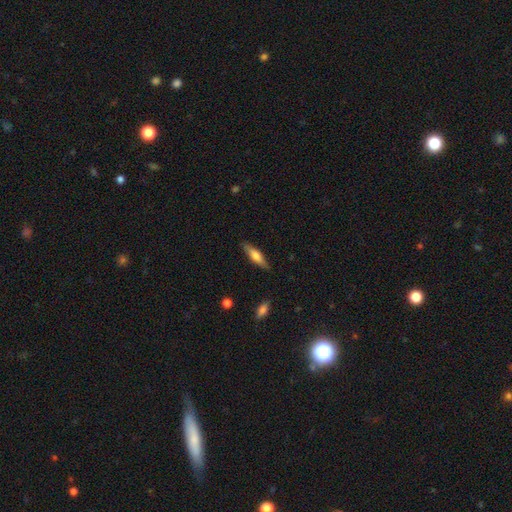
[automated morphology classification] Smooth or featured? smooth (57%)
How rounded? cigar-shaped (70%)
Merging? none (86%)